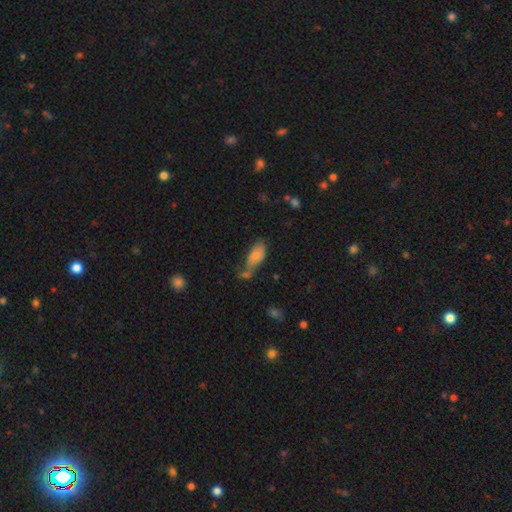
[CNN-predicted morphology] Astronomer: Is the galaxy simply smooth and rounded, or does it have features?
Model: smooth — 79%.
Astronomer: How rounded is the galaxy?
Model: in between — 89%.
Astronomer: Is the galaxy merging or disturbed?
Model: none — 36% (runner-up: merger, 29%).